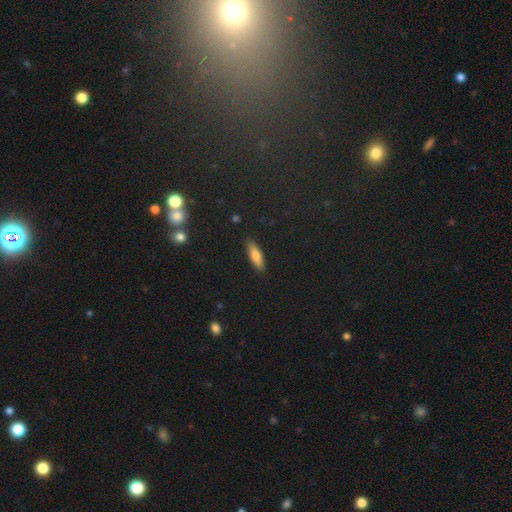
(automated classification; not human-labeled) This appears to be a smooth galaxy with no disk features (76%) that is cigar-shaped (52%). Merging: none (88%).